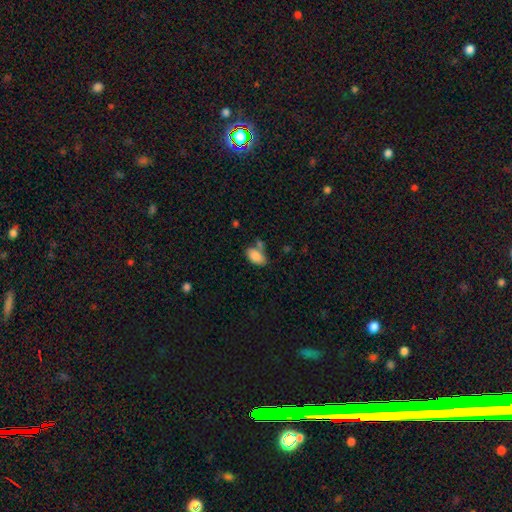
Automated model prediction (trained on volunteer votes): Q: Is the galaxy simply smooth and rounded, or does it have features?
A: smooth — 86%.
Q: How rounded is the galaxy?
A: in between — 93%.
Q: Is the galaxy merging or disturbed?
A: none — 54%.